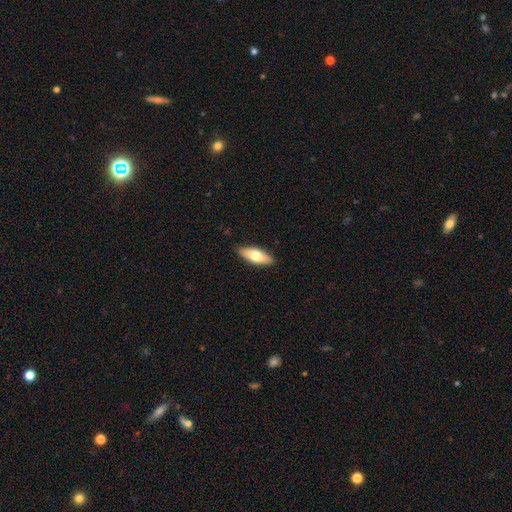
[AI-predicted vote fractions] smooth-or-featured: smooth: 67% | featured or disk: 27% | star or artifact: 6%
  how-rounded: in between: 73% | cigar-shaped: 25% | round: 2%
  merging: none: 88% | minor disturbance: 9% | major disturbance: 2% | merger: 1%